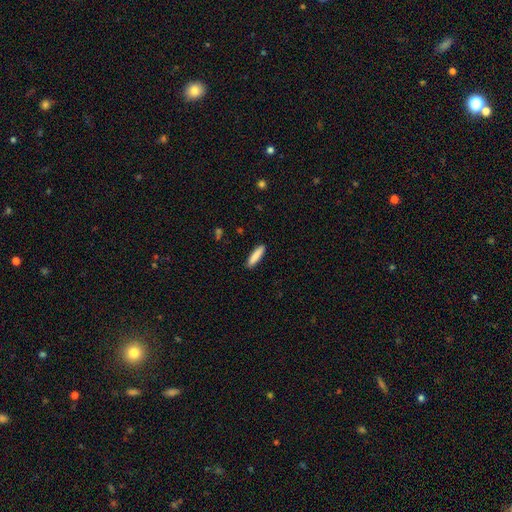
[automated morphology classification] Smooth or featured?
  - smooth: 87% *
  - featured or disk: 7%
  - star or artifact: 6%
How rounded?
  - cigar-shaped: 79% *
  - in between: 20%
  - round: 1%
Merging?
  - none: 90% *
  - minor disturbance: 7%
  - major disturbance: 2%
  - merger: 1%